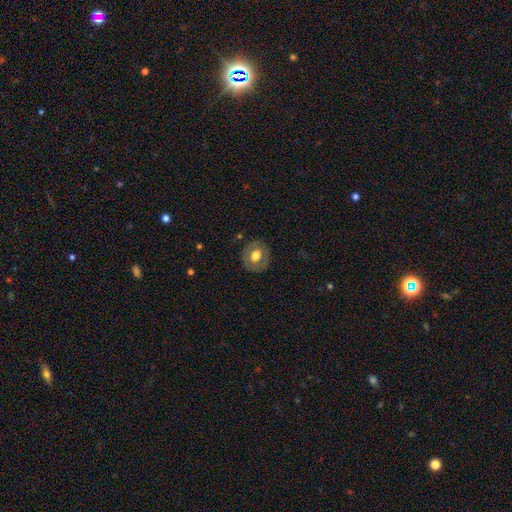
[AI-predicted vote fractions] This is possibly a smooth galaxy (56%). How rounded: clearly round (80%). Merging: clearly none (84%).